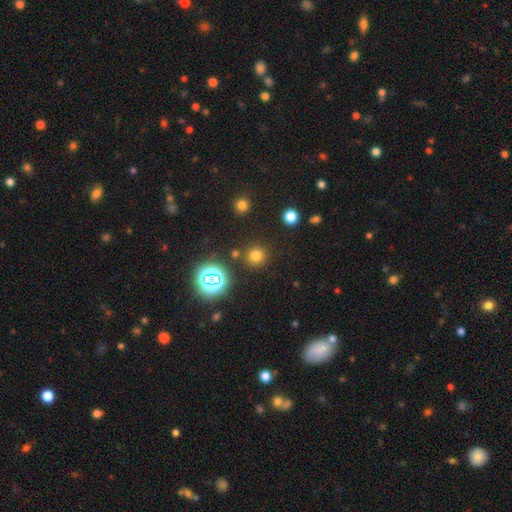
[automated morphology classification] This is likely a smooth galaxy (71%). How rounded: clearly round (94%). Merging: clearly none (86%).